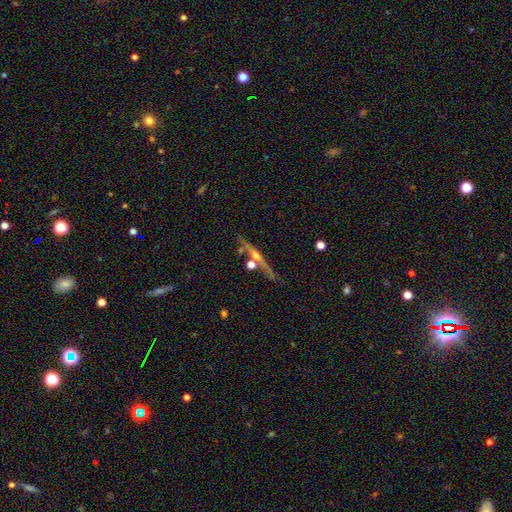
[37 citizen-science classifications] Overall: featured or disk (78%). Edge-on disk: yes (97%). Edge-on bulge: rounded (79%). Merging: none (49%; minor disturbance 31%).